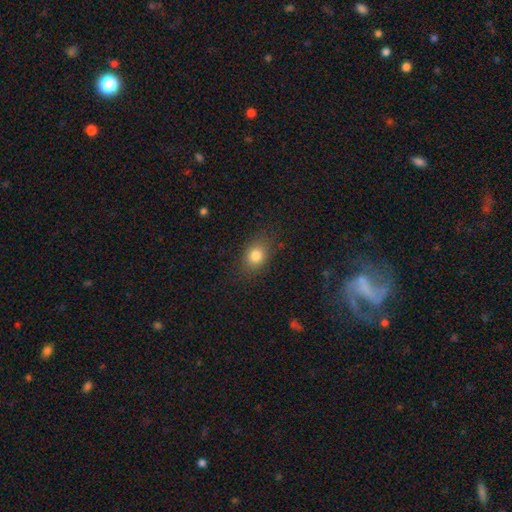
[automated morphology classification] type=smooth (81%); roundness=in between (61%); merging=none (82%).